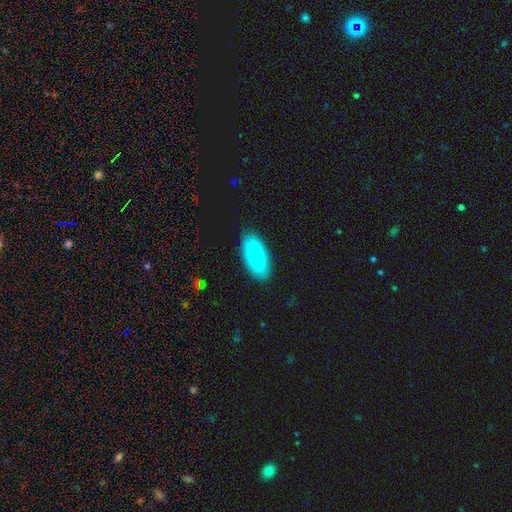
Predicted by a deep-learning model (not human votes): Smooth or featured? Predicted: smooth (p=0.71). How rounded? Predicted: in between (p=0.90). Merging? Predicted: none (p=0.85).